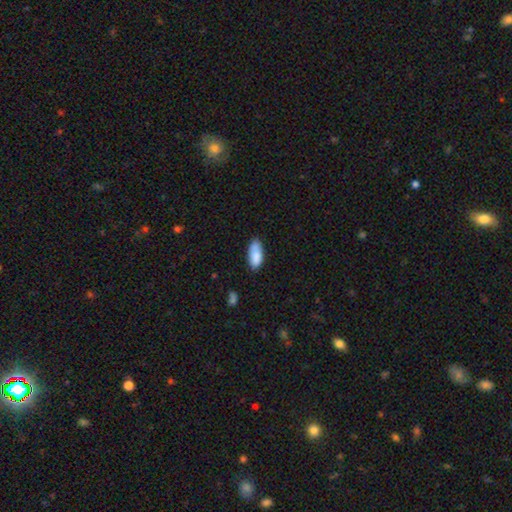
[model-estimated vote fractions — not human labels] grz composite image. It shows a smooth galaxy with no disk features (86%) that is in between round and cigar-shaped (87%). Merging: none (68%).